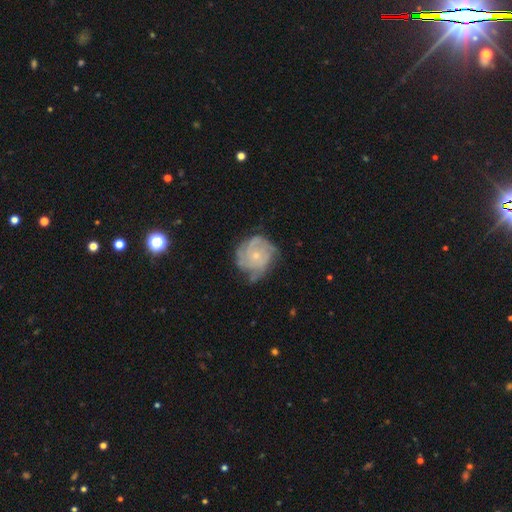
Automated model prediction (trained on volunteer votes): The model was most divided on "spiral arm count" (2-way tie): 3: 30%, can't tell: 30%, 4: 18%, 2: 12%, more than 4: 6%, 1: 5%. More confident: edge-on disk — no (98%); spiral arms — yes (92%); bar — no (82%); smooth or featured — featured or disk (77%); bulge size — small (72%); spiral winding — tight (63%); merging — none (61%).